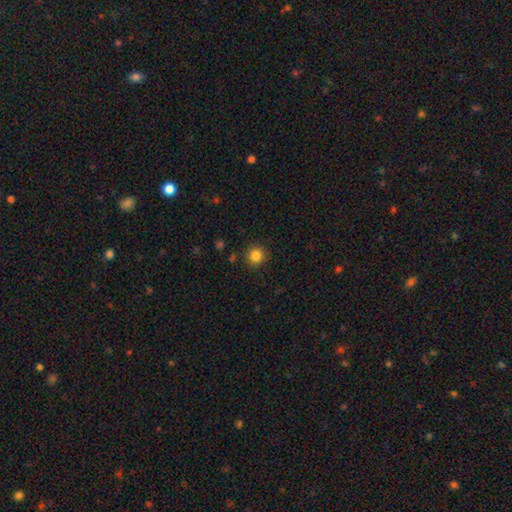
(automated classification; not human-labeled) This appears to be a smooth galaxy with no disk features (84%) that is round (94%). Merging: none (90%).